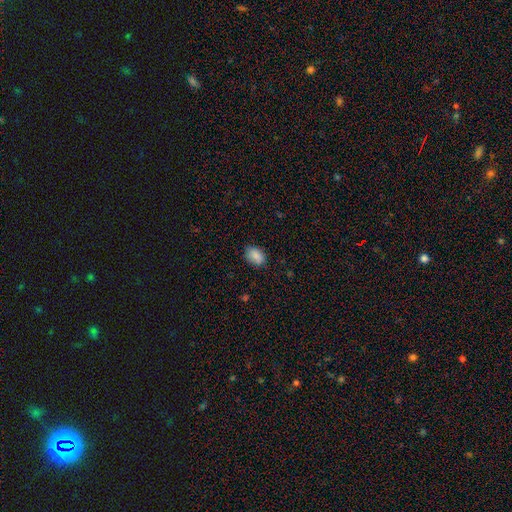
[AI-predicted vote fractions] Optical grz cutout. It shows a smooth galaxy with no disk features (88%) that is in between round and cigar-shaped (82%). Merging: none (80%).